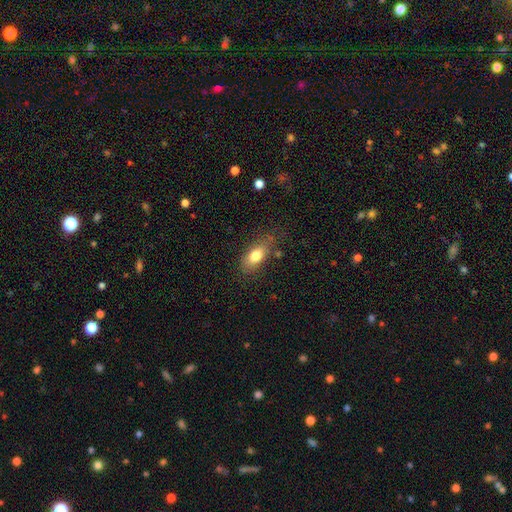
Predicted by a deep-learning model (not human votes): Smooth or featured?
  - smooth: 77% *
  - featured or disk: 15%
  - star or artifact: 8%
How rounded?
  - in between: 82% *
  - cigar-shaped: 12%
  - round: 6%
Merging?
  - none: 69% *
  - minor disturbance: 22%
  - major disturbance: 7%
  - merger: 2%